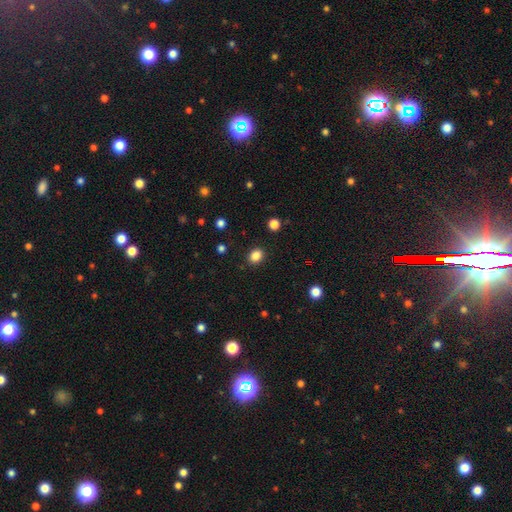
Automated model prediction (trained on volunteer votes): A smooth galaxy with no disk features (85%) that is round (55%). Merging: none (89%).